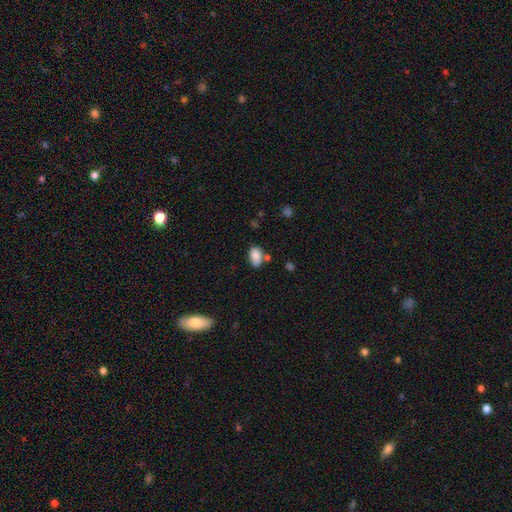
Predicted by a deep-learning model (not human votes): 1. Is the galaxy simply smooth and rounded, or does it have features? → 85% smooth, 8% star or artifact, 6% featured or disk.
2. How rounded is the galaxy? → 90% in between, 9% round, 2% cigar-shaped.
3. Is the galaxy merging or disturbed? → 56% none, 24% minor disturbance, 14% merger, 6% major disturbance.